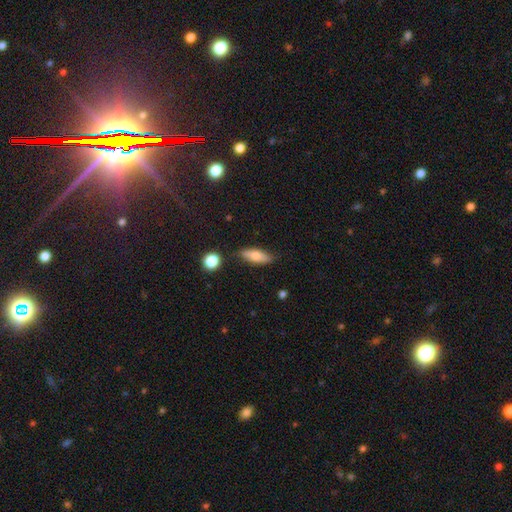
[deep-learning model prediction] smooth 72%, featured or disk 21%, star or artifact 7%. Down the decision tree: how rounded — in between (66%); merging — none (75%).